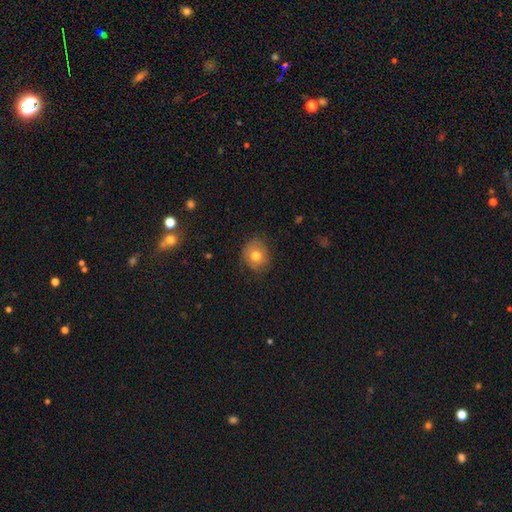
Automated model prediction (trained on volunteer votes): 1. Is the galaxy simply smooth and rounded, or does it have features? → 72% smooth, 18% featured or disk, 10% star or artifact.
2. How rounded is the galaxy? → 76% round, 23% in between, 1% cigar-shaped.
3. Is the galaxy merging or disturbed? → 75% none, 19% minor disturbance, 5% major disturbance, 1% merger.